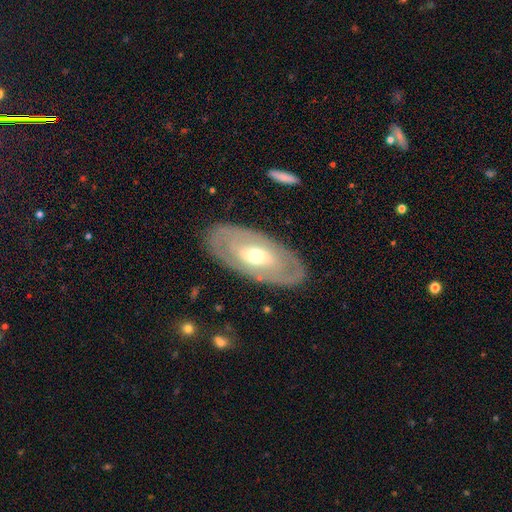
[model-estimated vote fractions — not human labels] Smooth or featured? featured or disk (67%)
Edge-on disk? no (88%)
Bar? no (64%)
Spiral arms? no (60%)
Bulge size? moderate (66%)
Merging? none (85%)